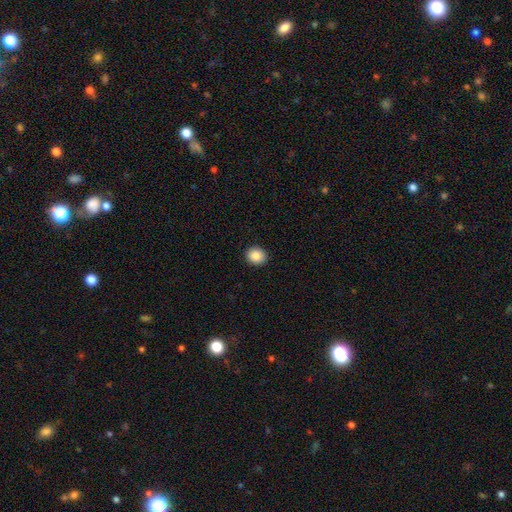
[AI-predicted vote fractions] A smooth galaxy with no disk features (87%) that is round (66%).

Vote fractions:
- Smooth or featured? smooth: 87% / star or artifact: 9% / featured or disk: 5%
- How rounded? round: 66% / in between: 33% / cigar-shaped: 1%
- Merging? none: 92% / minor disturbance: 6% / major disturbance: 2% / merger: 1%